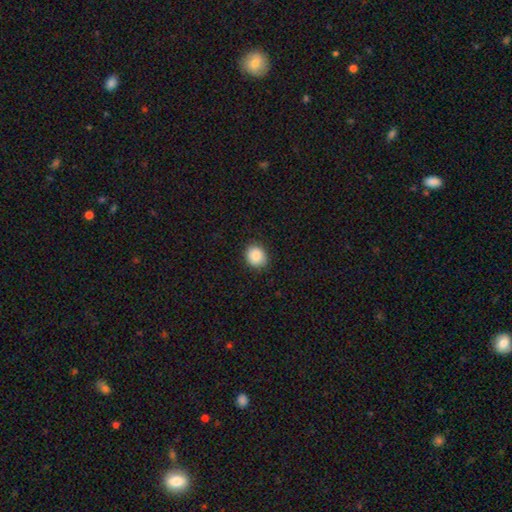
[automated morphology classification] smooth 89%, star or artifact 8%, featured or disk 3%. Down the decision tree: how rounded — round (68%); merging — none (86%).